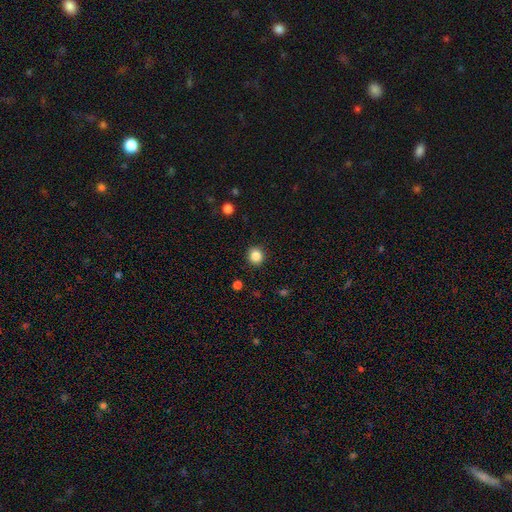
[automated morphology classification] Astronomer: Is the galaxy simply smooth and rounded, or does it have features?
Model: smooth — 86%.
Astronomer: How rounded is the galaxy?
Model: round — 90%.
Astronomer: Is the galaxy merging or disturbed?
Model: none — 92%.